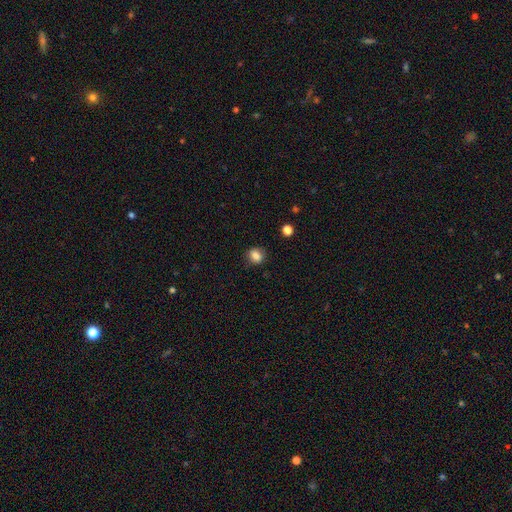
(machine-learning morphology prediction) This appears to be a smooth galaxy with no disk features (84%) that is round (60%). Merging: none (82%).